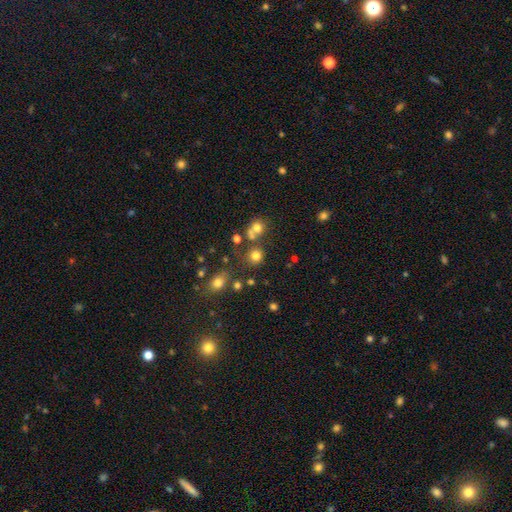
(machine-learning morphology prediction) smooth 75%, star or artifact 17%, featured or disk 8%. Down the decision tree: how rounded — round (86%); merging — none (66%).